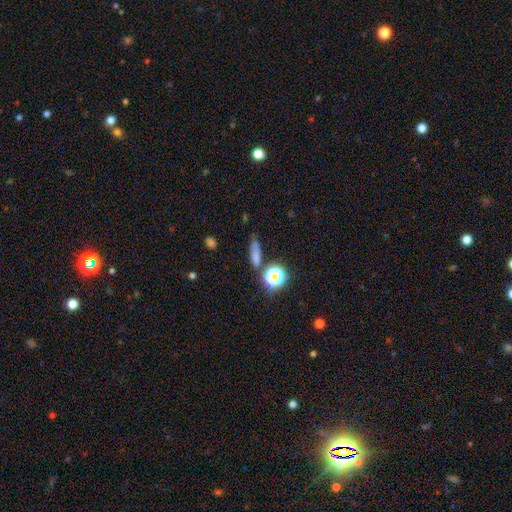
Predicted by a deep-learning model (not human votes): smooth 64%, star or artifact 25%, featured or disk 11%. Down the decision tree: how rounded — cigar-shaped (52%); merging — none (67%).